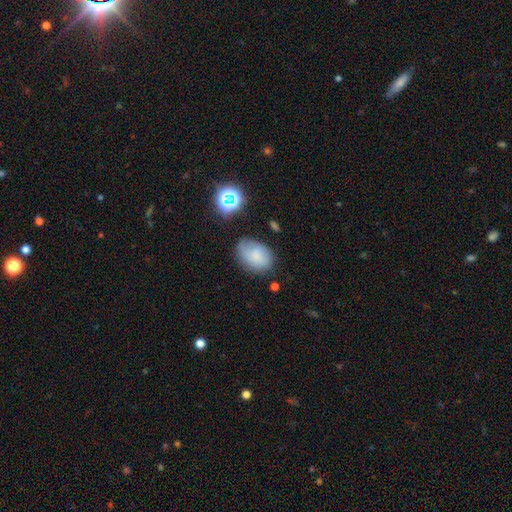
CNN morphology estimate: Overall: smooth (73%). How rounded: in between (76%). Merging: none (60%; minor disturbance 27%).